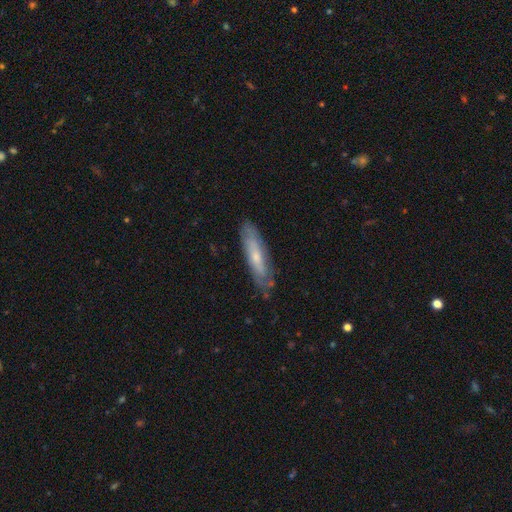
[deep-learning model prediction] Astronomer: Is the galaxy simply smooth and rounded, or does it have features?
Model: featured or disk — 51% (runner-up: smooth, 43%).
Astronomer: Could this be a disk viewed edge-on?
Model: no — 51% (runner-up: yes, 49%).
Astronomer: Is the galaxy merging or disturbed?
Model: none — 79%.